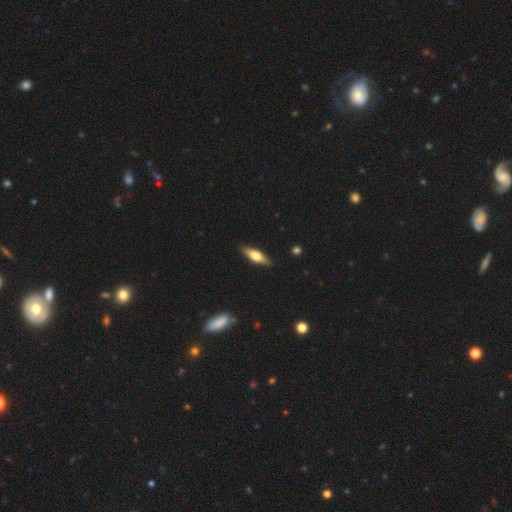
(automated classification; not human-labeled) A featured or disk galaxy (50%). Merging: none (88%).